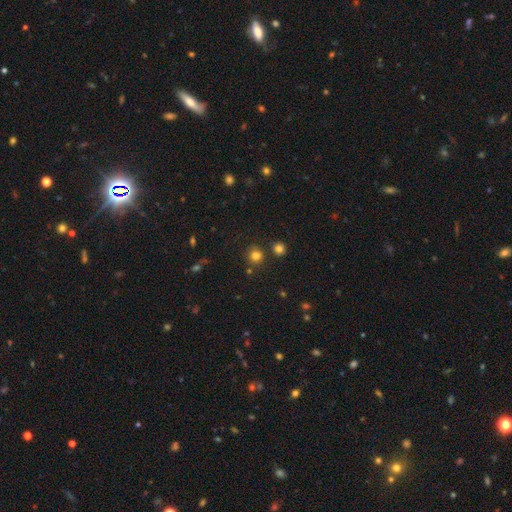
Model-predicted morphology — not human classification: The model was most divided on "smooth or featured": smooth: 79%, star or artifact: 16%, featured or disk: 6%. More confident: how rounded — round (89%); merging — none (80%).